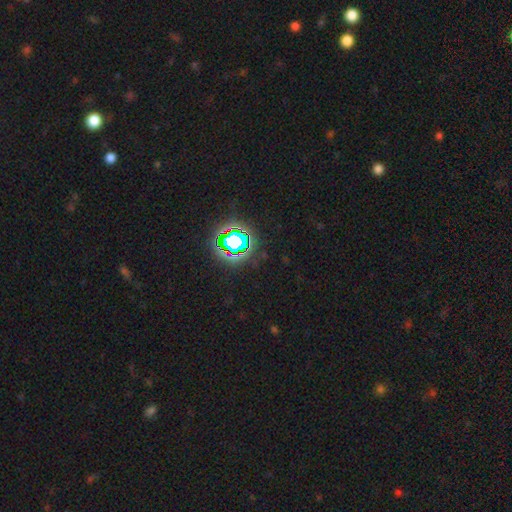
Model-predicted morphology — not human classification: This appears to be a star or artifact, not a galaxy (81%).